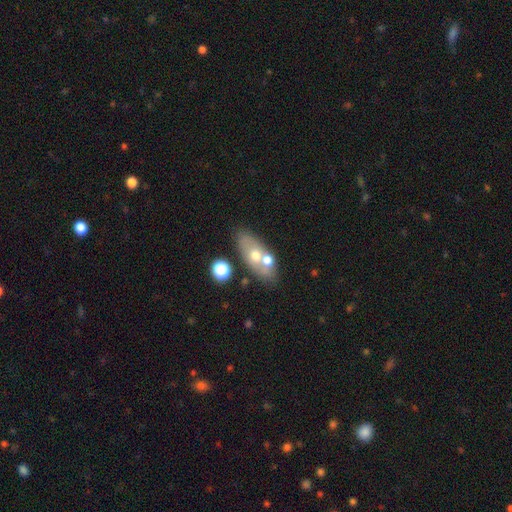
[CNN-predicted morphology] Q: Smooth or featured?
A: smooth (52%); runner-up: featured or disk (39%)
Q: How rounded?
A: in between (79%); runner-up: cigar-shaped (11%)
Q: Merging?
A: none (56%); runner-up: merger (27%)